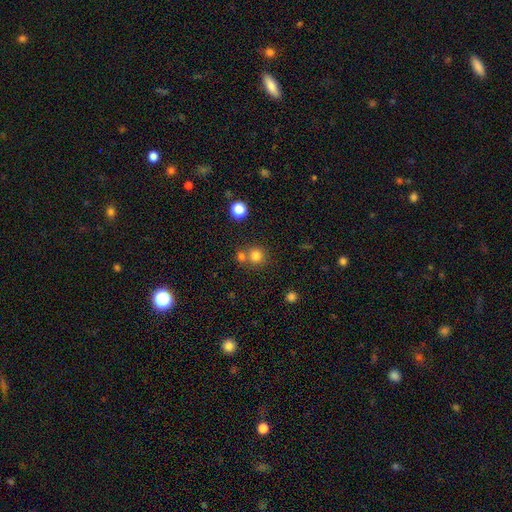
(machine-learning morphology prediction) Smooth or featured?
  - smooth: 78% *
  - star or artifact: 15%
  - featured or disk: 7%
How rounded?
  - round: 90% *
  - in between: 9%
  - cigar-shaped: 1%
Merging?
  - none: 60% *
  - merger: 30%
  - minor disturbance: 7%
  - major disturbance: 3%